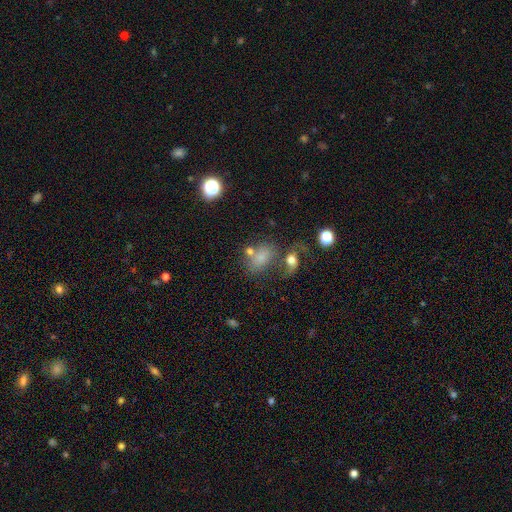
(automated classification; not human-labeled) This appears to be a smooth galaxy with no disk features (68%) that is in between round and cigar-shaped (75%). Merging: none (43%).